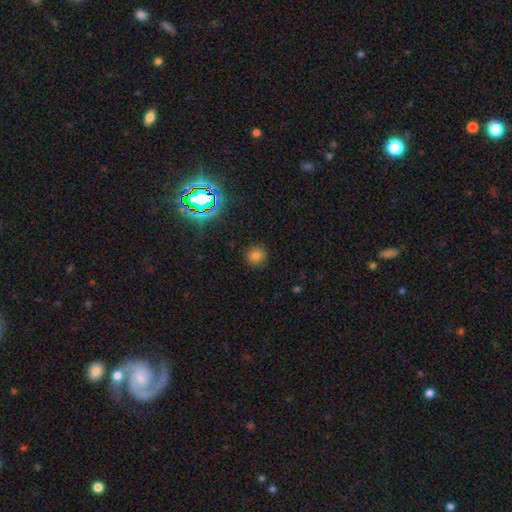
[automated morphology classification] Q: Smooth or featured?
A: smooth (76%); runner-up: star or artifact (17%)
Q: How rounded?
A: round (94%); runner-up: in between (5%)
Q: Merging?
A: none (90%); runner-up: minor disturbance (6%)